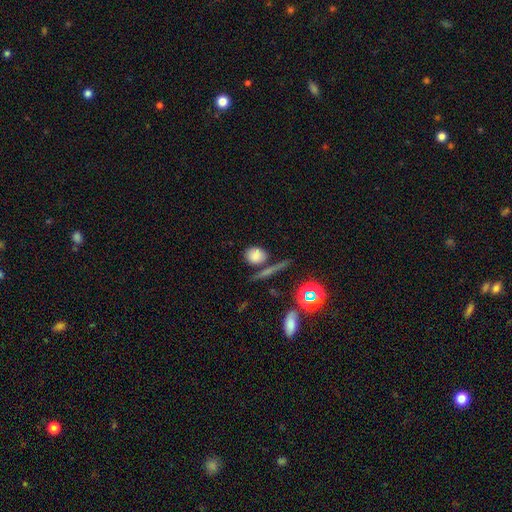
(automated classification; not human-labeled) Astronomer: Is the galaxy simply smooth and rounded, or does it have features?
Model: smooth — 77%.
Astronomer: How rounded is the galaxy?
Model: round — 60% (runner-up: in between, 36%).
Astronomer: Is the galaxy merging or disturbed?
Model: none — 64%.